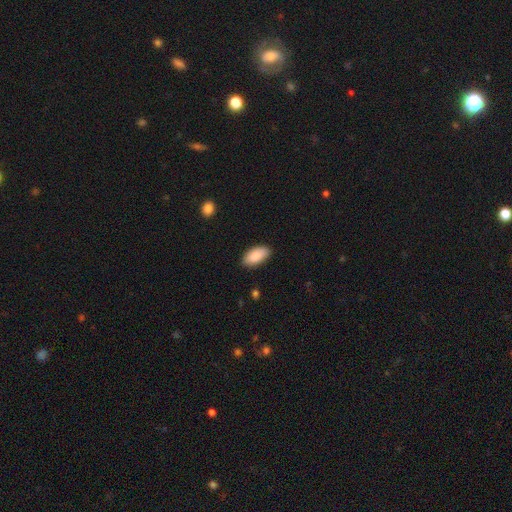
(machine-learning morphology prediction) Smooth or featured: smooth — 87% (featured or disk — 7%)
How rounded: in between — 93% (cigar-shaped — 5%)
Merging: none — 87% (minor disturbance — 10%)